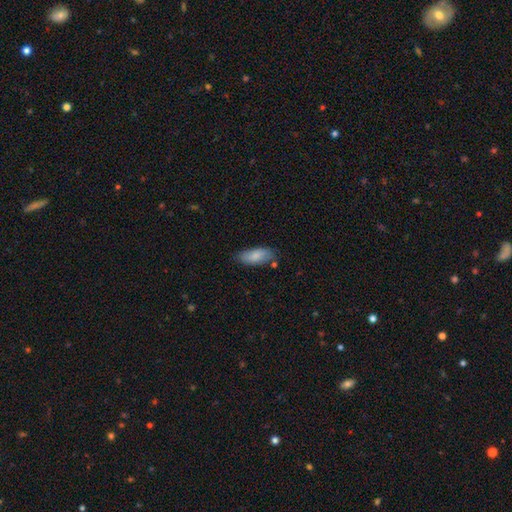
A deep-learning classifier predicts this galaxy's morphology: Smooth or featured? smooth (84%)
How rounded? in between (84%)
Merging? none (74%)